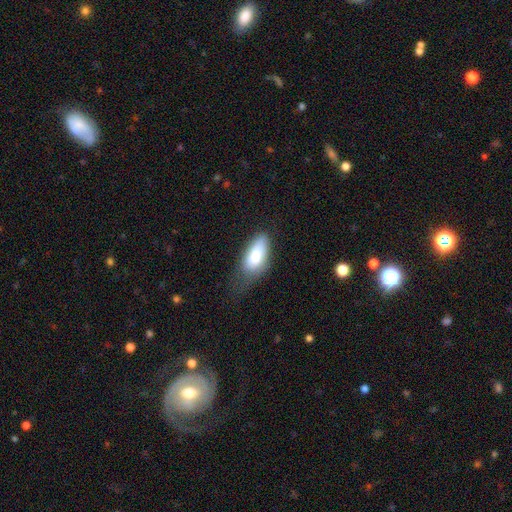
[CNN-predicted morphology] smooth 80%, featured or disk 13%, star or artifact 7%. Down the decision tree: how rounded — in between (89%); merging — none (39%).